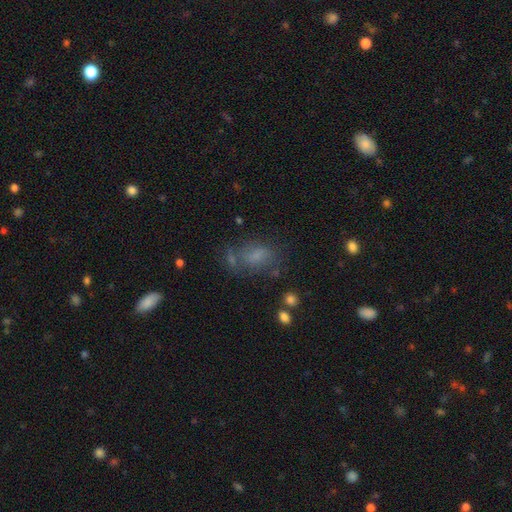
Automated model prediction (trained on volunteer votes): Smooth or featured?
  - smooth: 57% *
  - featured or disk: 23%
  - star or artifact: 20%
How rounded?
  - in between: 76% *
  - round: 21%
  - cigar-shaped: 3%
Merging?
  - none: 50% *
  - minor disturbance: 21%
  - major disturbance: 16%
  - merger: 13%